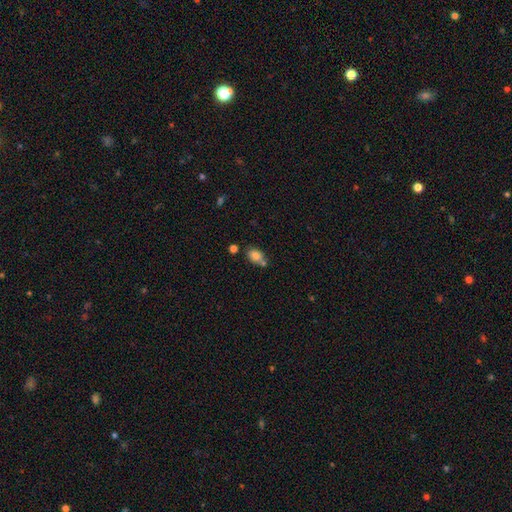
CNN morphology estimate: This is likely a smooth galaxy (79%). How rounded: likely in between (78%). Merging: possibly none (59%).